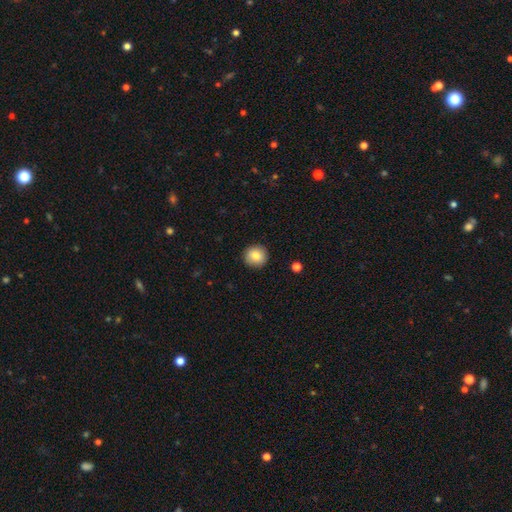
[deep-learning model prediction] Smooth or featured?
  - smooth: 85% *
  - star or artifact: 8%
  - featured or disk: 7%
How rounded?
  - round: 93% *
  - in between: 6%
  - cigar-shaped: 1%
Merging?
  - none: 92% *
  - minor disturbance: 6%
  - major disturbance: 2%
  - merger: 1%